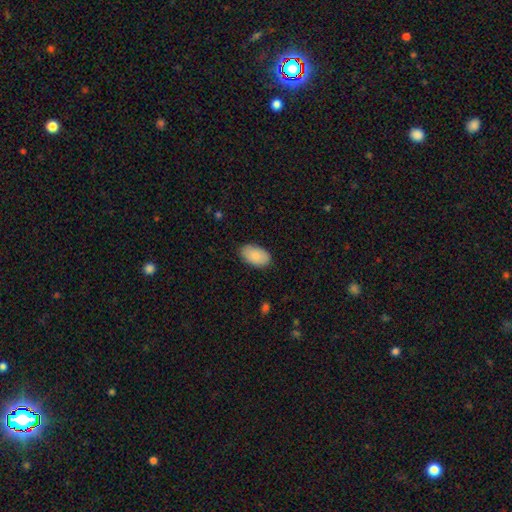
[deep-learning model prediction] Morphology: type=smooth (88%); roundness=in between (95%); merging=none (85%).